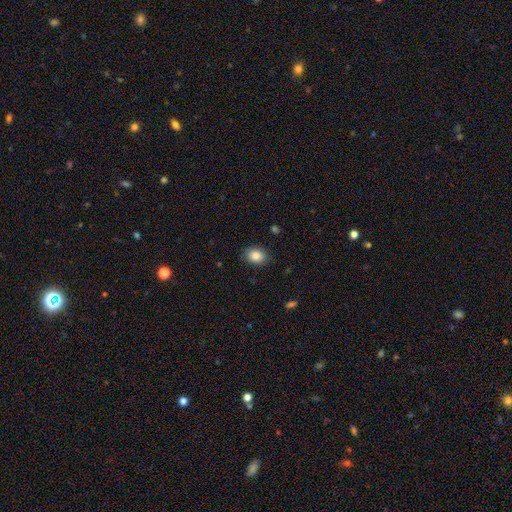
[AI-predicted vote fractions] Morphology: type=smooth (86%); roundness=in between (62%); merging=none (87%).